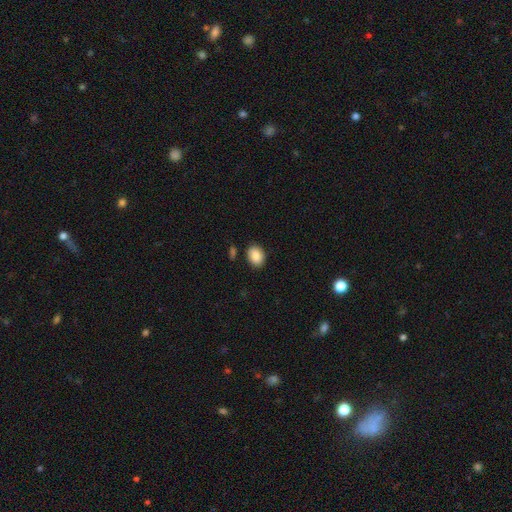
Smooth or featured?
  - smooth: 95% *
  - featured or disk: 3%
  - star or artifact: 3%
How rounded?
  - in between: 66% *
  - round: 34%
  - cigar-shaped: 0%
Merging?
  - none: 92% *
  - minor disturbance: 8%
  - major disturbance: 0%
  - merger: 0%